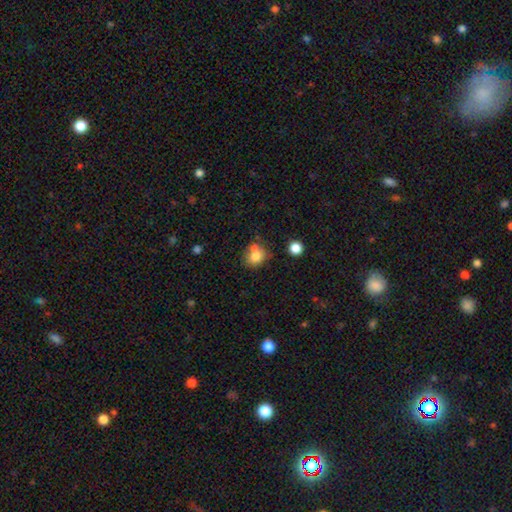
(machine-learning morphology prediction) Smooth or featured: smooth — 78% (star or artifact — 11%)
How rounded: round — 73% (in between — 26%)
Merging: none — 55% (merger — 27%)